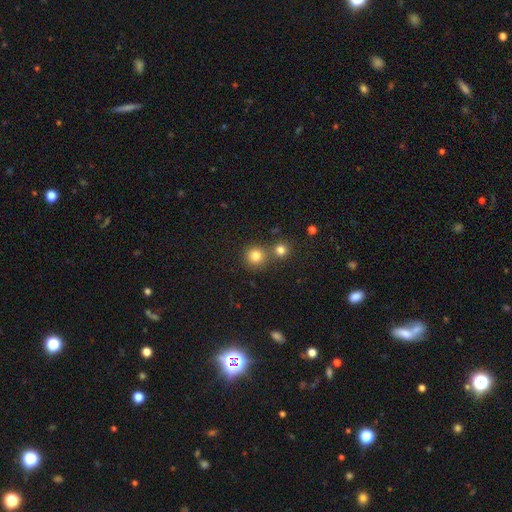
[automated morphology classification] The model was most divided on "merging": none: 68%, merger: 22%, minor disturbance: 7%, major disturbance: 3%. More confident: how rounded — round (92%); smooth or featured — smooth (80%).